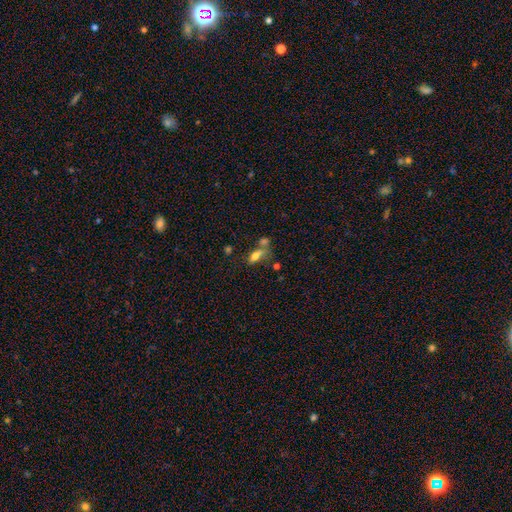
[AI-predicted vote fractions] A smooth galaxy with no disk features (67%) that is in between round and cigar-shaped (75%).

Vote fractions:
- Smooth or featured? smooth: 67% / featured or disk: 21% / star or artifact: 12%
- How rounded? in between: 75% / cigar-shaped: 18% / round: 7%
- Merging? merger: 44% / none: 33% / minor disturbance: 13% / major disturbance: 10%